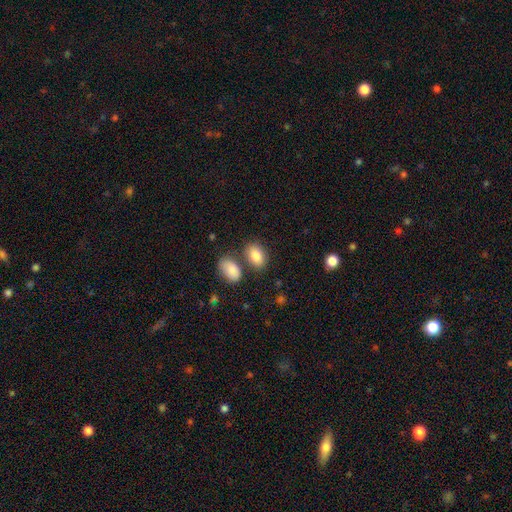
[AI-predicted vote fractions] A smooth galaxy with no disk features (85%) that is in between round and cigar-shaped (86%).

Vote fractions:
- Smooth or featured? smooth: 85% / featured or disk: 8% / star or artifact: 8%
- How rounded? in between: 86% / round: 12% / cigar-shaped: 1%
- Merging? none: 68% / merger: 16% / minor disturbance: 12% / major disturbance: 4%